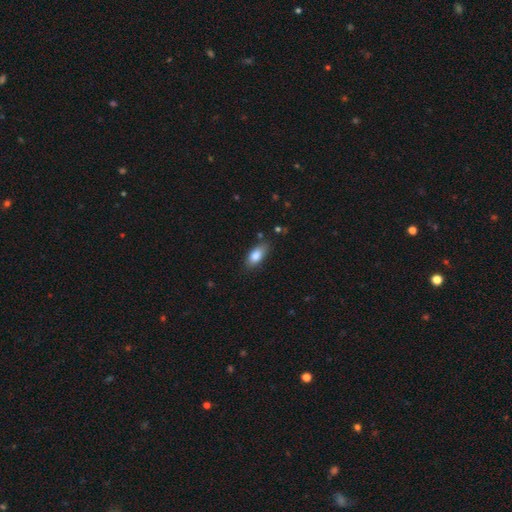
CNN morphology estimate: Smooth or featured: smooth — 83% (featured or disk — 9%)
How rounded: in between — 87% (cigar-shaped — 10%)
Merging: none — 75% (minor disturbance — 19%)